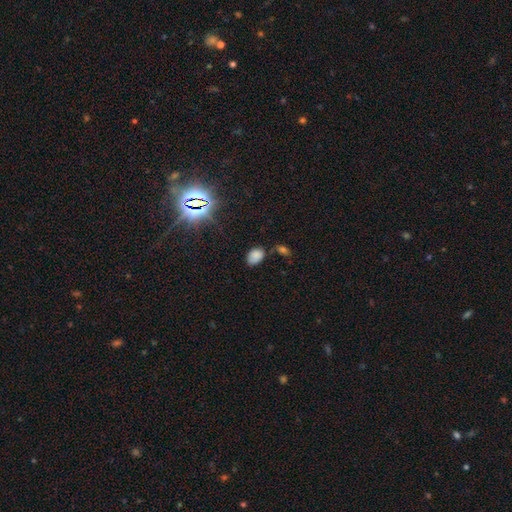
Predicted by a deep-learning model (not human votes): Smooth or featured? Predicted: smooth (p=0.75). How rounded? Predicted: in between (p=0.88). Merging? Predicted: none (p=0.61).